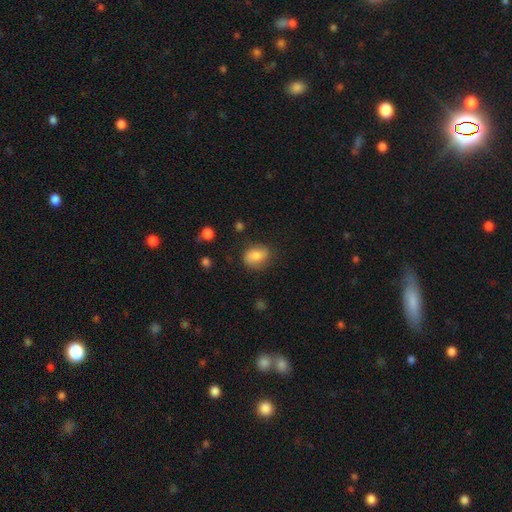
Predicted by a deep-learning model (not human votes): smooth 70%, featured or disk 21%, star or artifact 9%. Down the decision tree: how rounded — in between (61%); merging — none (76%).